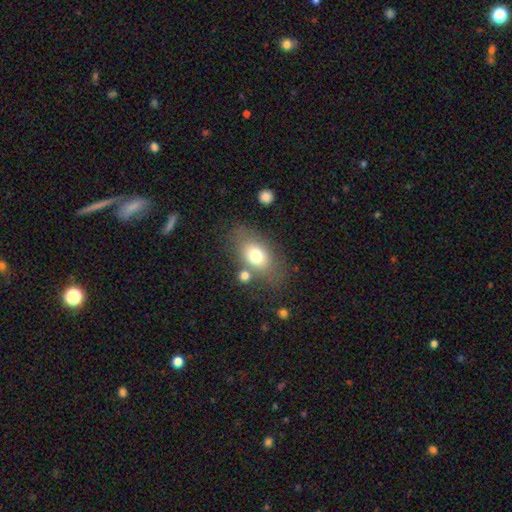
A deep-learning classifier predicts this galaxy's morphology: Overall: smooth (72%). How rounded: in between (81%). Merging: none (66%).